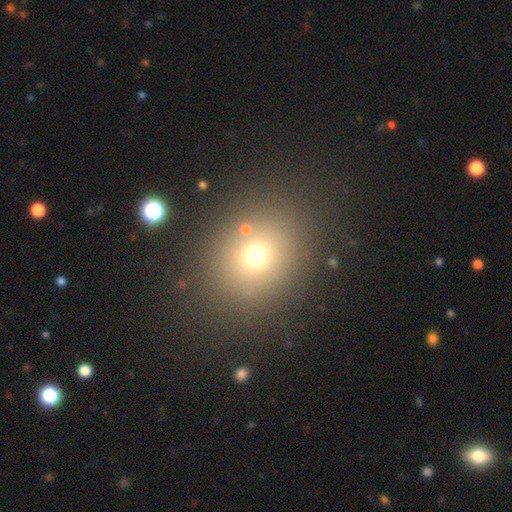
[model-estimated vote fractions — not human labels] Morphology: type=smooth (66%); roundness=round (66%); merging=none (81%).